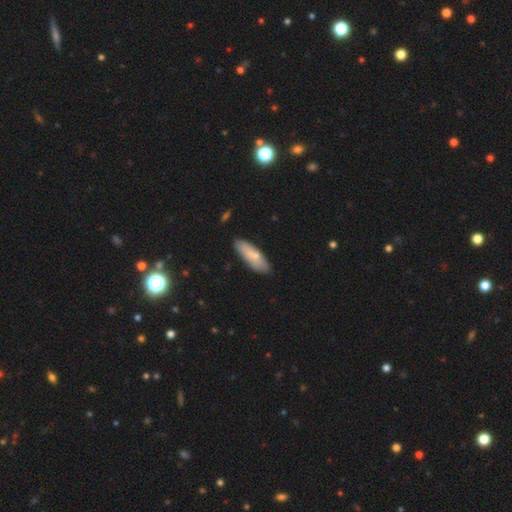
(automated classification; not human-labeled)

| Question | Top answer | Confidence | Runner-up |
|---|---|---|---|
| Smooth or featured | smooth | 73% | featured or disk (21%) |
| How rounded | in between | 53% | cigar-shaped (45%) |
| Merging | none | 82% | minor disturbance (13%) |